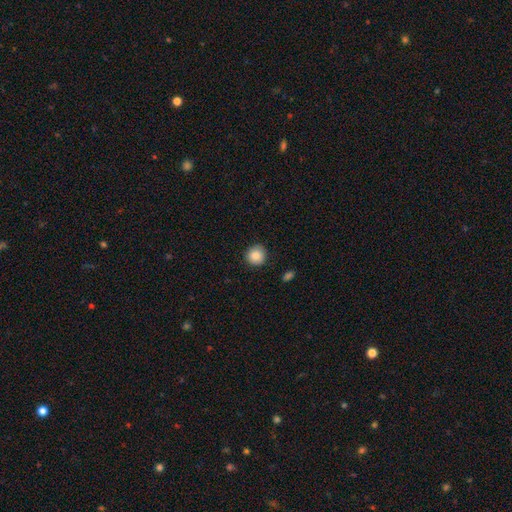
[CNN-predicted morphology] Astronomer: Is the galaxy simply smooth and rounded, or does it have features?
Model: smooth — 87%.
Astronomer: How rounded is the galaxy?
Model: round — 92%.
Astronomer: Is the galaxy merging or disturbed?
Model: none — 89%.